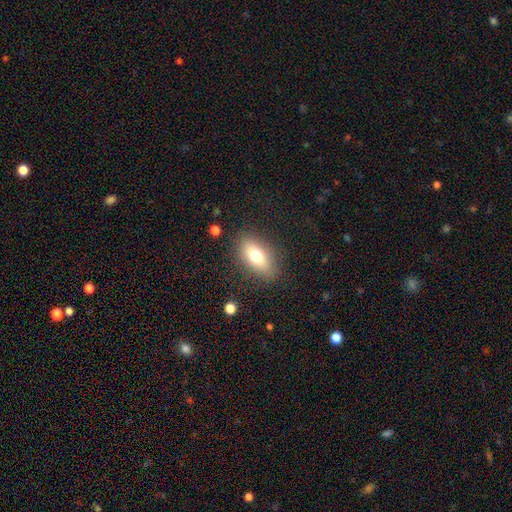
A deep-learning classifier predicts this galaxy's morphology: type=smooth (71%); roundness=in between (84%); merging=none (84%).